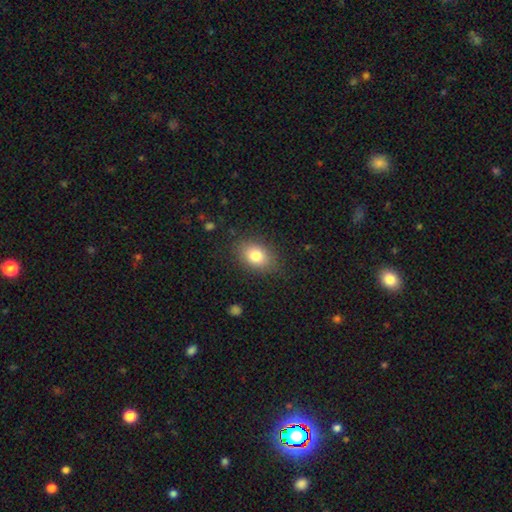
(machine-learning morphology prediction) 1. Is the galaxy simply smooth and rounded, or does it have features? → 80% smooth, 11% featured or disk, 9% star or artifact.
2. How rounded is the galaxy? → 74% in between, 25% round, 1% cigar-shaped.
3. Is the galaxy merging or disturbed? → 81% none, 13% minor disturbance, 4% major disturbance, 1% merger.